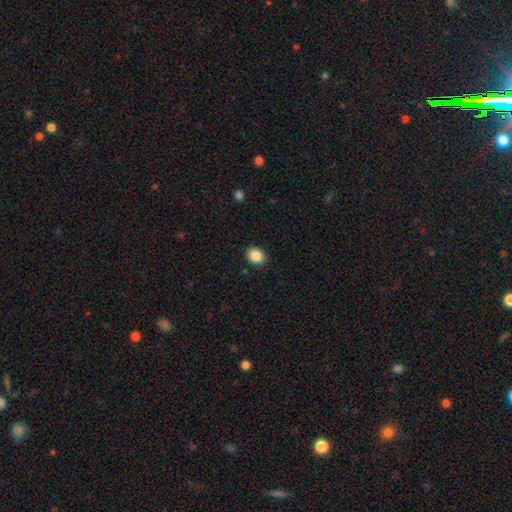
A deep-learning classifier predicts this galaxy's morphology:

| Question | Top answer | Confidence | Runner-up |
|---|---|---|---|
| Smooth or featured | smooth | 87% | star or artifact (9%) |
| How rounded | round | 58% | in between (41%) |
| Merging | none | 90% | minor disturbance (7%) |